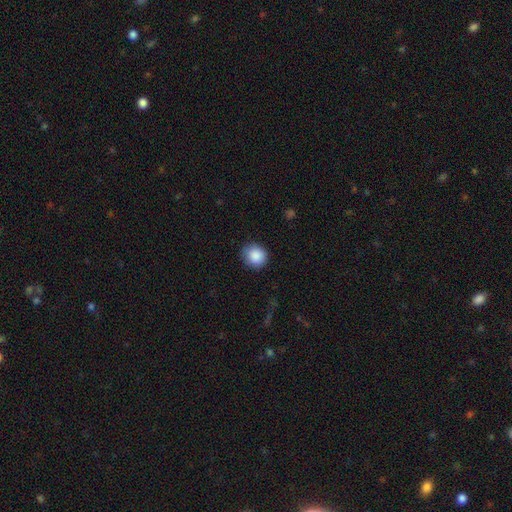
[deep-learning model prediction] smooth_or_featured: smooth (p=0.88) [alt: star or artifact p=0.08]
how_rounded: round (p=0.86) [alt: in between p=0.13]
merging: none (p=0.84) [alt: minor disturbance p=0.12]